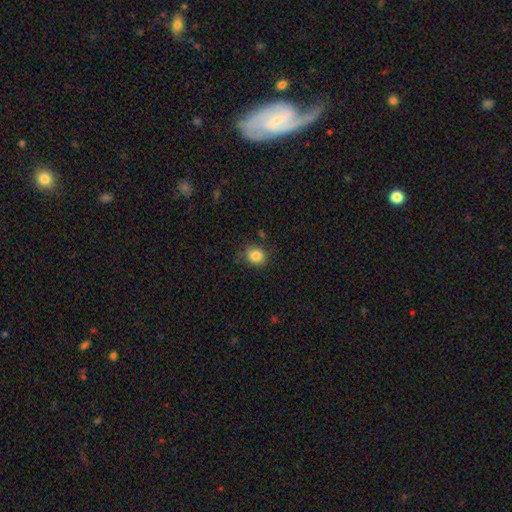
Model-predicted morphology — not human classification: Q: Smooth or featured?
A: smooth (85%); runner-up: star or artifact (10%)
Q: How rounded?
A: round (68%); runner-up: in between (31%)
Q: Merging?
A: none (79%); runner-up: minor disturbance (15%)